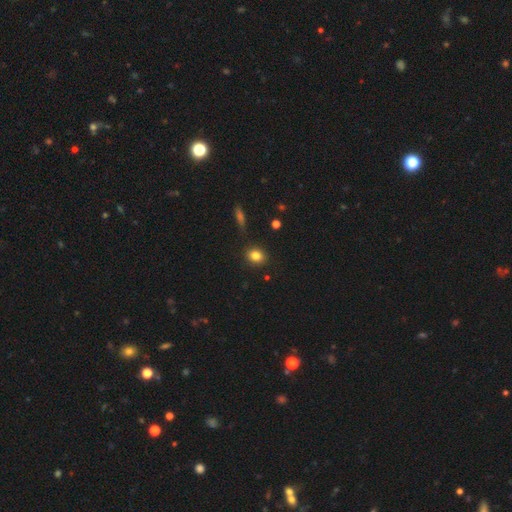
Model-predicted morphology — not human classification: Smooth or featured? smooth (82%)
How rounded? round (69%)
Merging? none (88%)